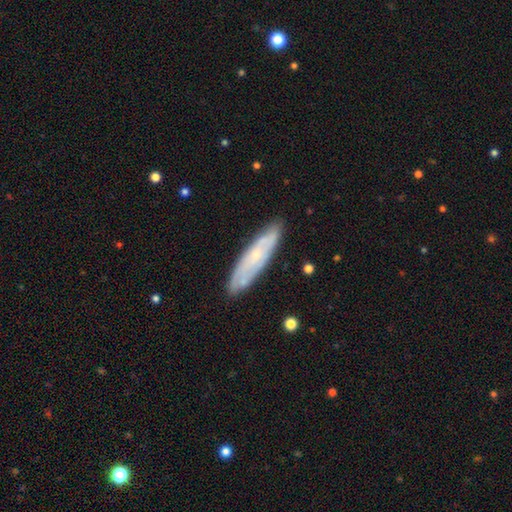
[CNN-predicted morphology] Smooth or featured? featured or disk (56%)
Edge-on disk? no (62%)
Merging? none (84%)